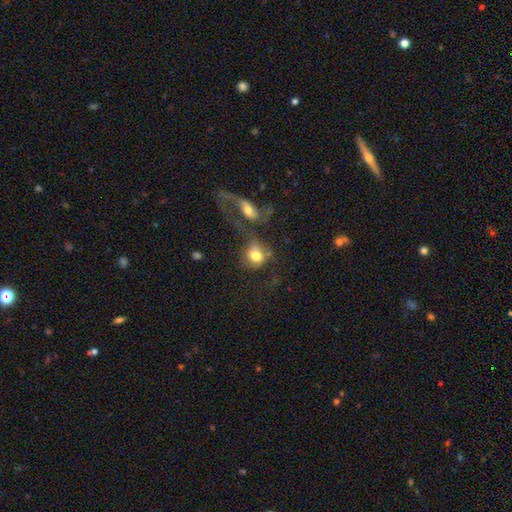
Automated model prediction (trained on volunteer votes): Morphology: type=smooth (65%); roundness=round (60%); merging=merger (46%).